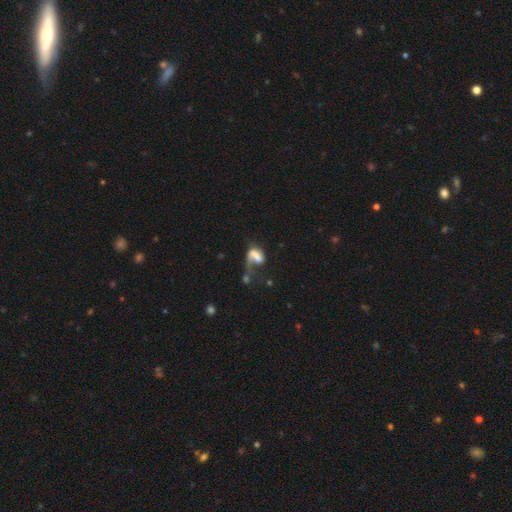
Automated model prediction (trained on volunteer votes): Smooth or featured?
  - featured or disk: 51% *
  - smooth: 38%
  - star or artifact: 11%
Edge-on disk?
  - no: 96% *
  - yes: 4%
Merging?
  - major disturbance: 49% *
  - none: 21%
  - merger: 18%
  - minor disturbance: 12%